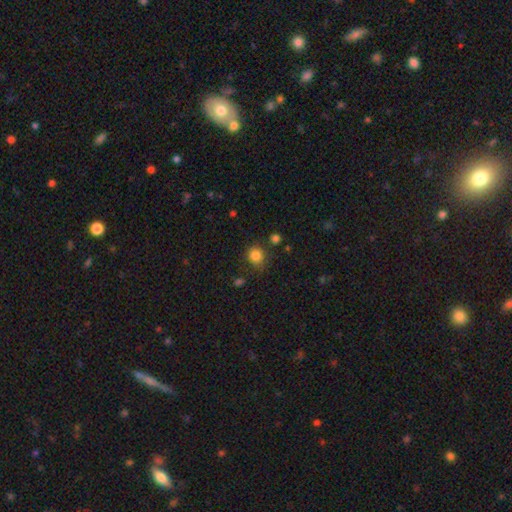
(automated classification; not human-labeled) Q: Smooth or featured?
A: smooth (84%); runner-up: star or artifact (11%)
Q: How rounded?
A: round (84%); runner-up: in between (15%)
Q: Merging?
A: none (78%); runner-up: minor disturbance (14%)